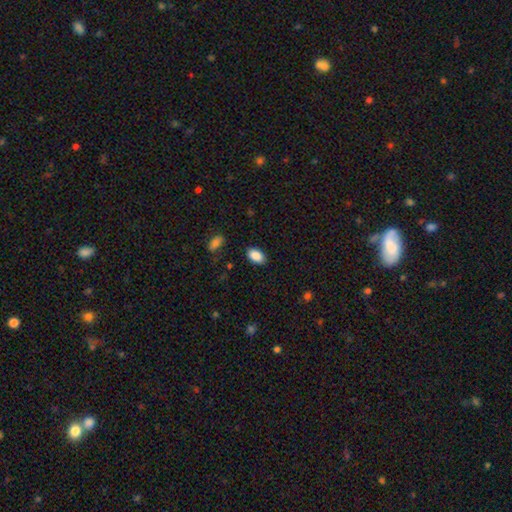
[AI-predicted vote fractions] This is clearly a smooth galaxy (89%). How rounded: clearly in between (92%). Merging: clearly none (88%).